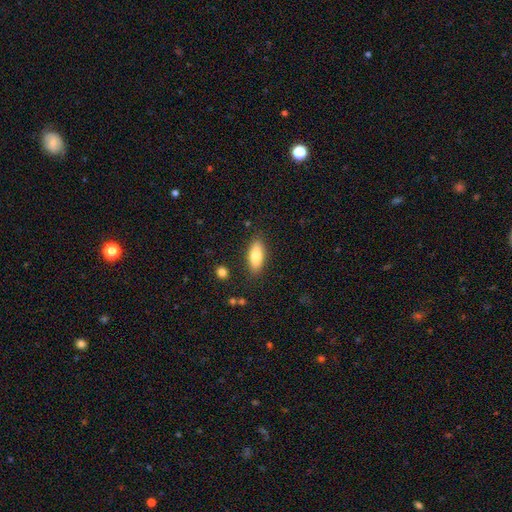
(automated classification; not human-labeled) smooth_or_featured: smooth (p=0.78) [alt: featured or disk p=0.15]
how_rounded: in between (p=0.76) [alt: cigar-shaped p=0.22]
merging: none (p=0.85) [alt: minor disturbance p=0.11]